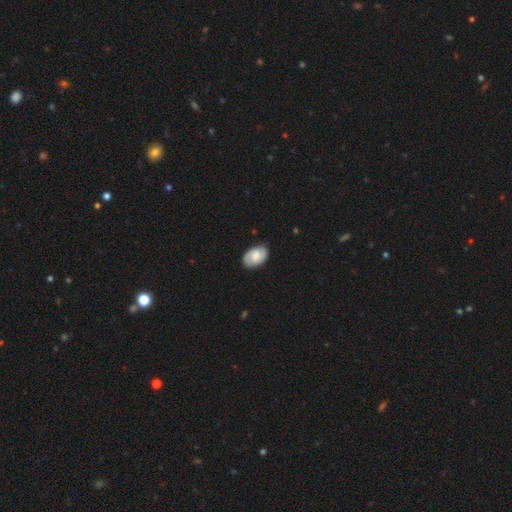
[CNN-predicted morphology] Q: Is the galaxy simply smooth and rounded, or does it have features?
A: featured or disk — 56%.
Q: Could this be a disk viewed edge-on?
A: no — 96%.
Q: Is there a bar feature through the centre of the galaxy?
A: no — 47%.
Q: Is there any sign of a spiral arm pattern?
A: yes — 89%.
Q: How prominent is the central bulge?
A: moderate — 37%.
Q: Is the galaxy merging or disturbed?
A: none — 81%.